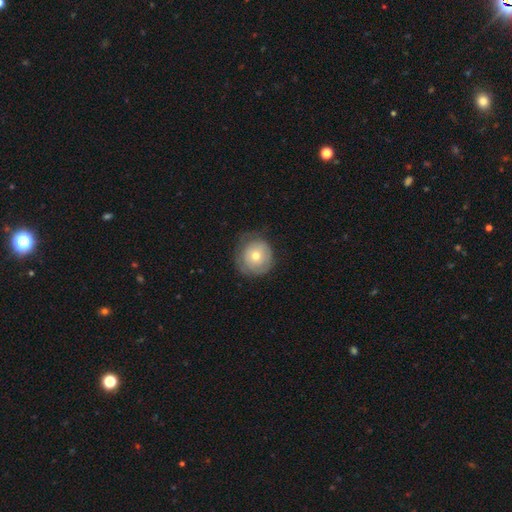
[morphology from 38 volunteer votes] This is likely a smooth galaxy (61%). How rounded: clearly round (83%). Merging: likely none (63%).